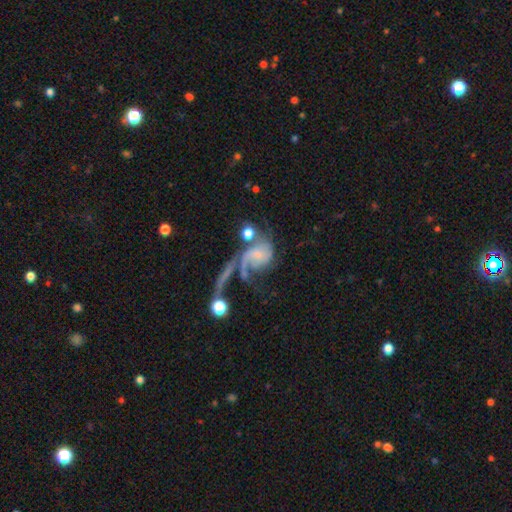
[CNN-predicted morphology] Smooth or featured? featured or disk (67%)
Edge-on disk? no (97%)
Bar? no (64%)
Spiral arms? yes (85%)
Spiral winding? loose (49%)
Spiral arm count? 2 (46%)
Bulge size? small (51%)
Merging? major disturbance (37%)